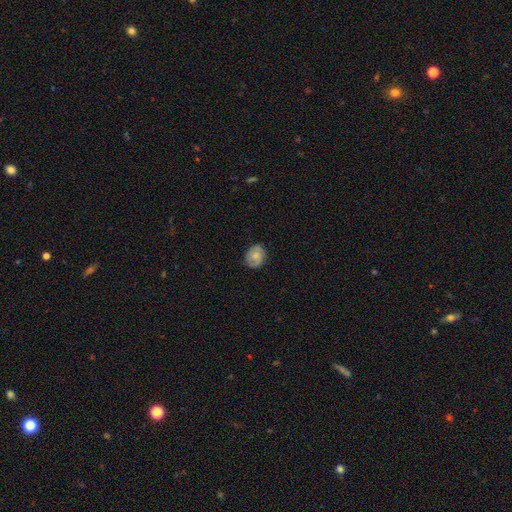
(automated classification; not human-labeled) Smooth or featured? Predicted: smooth (p=0.64). How rounded? Predicted: round (p=0.60). Merging? Predicted: none (p=0.78).